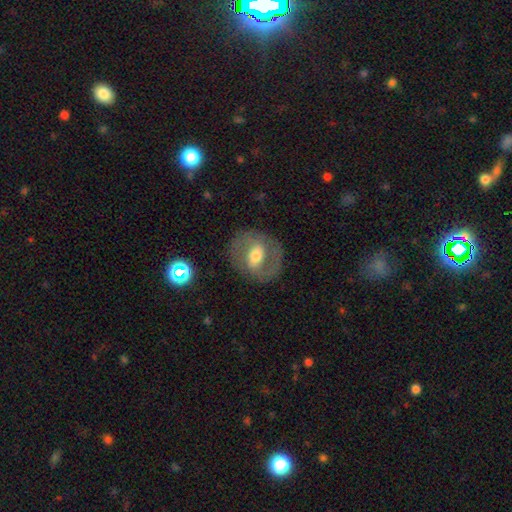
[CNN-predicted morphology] A featured or disk galaxy (63%) with a weak bar (40%), spiral arms (55%) and a moderate central bulge (61%). Merging: none (76%).